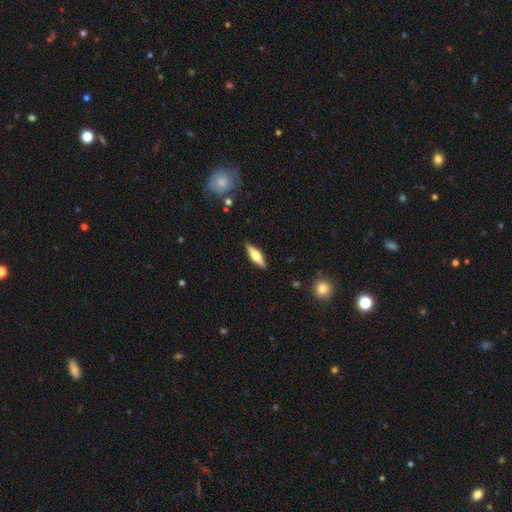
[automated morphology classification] Smooth or featured? Predicted: featured or disk (p=0.53). Edge-on disk? Predicted: yes (p=0.95). Edge-on bulge? Predicted: rounded (p=0.89). Merging? Predicted: none (p=0.88).